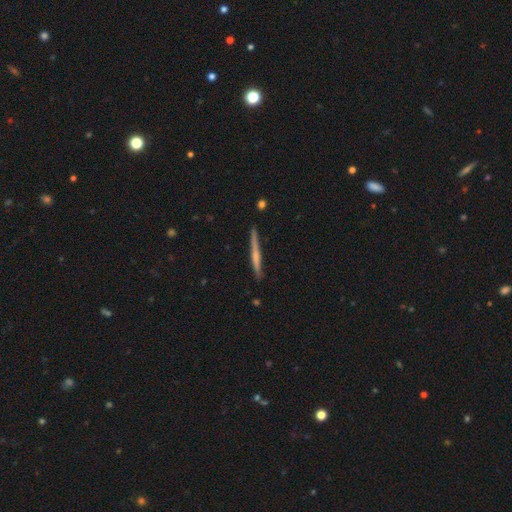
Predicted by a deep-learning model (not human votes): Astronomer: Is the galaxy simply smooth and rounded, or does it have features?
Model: featured or disk — 50% (runner-up: smooth, 45%).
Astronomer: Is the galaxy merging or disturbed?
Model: none — 87%.